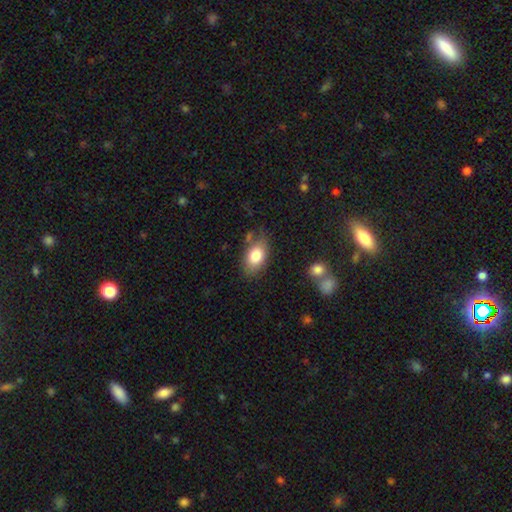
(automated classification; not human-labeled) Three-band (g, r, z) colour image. It shows a smooth galaxy with no disk features (81%) that is in between round and cigar-shaped (89%). Merging: none (71%).